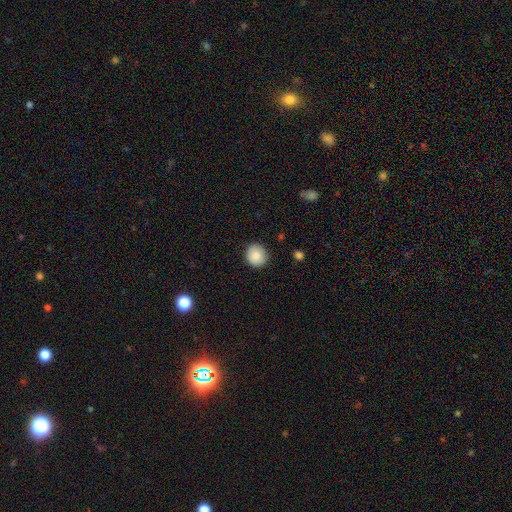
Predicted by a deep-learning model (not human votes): This appears to be a smooth galaxy with no disk features (86%) that is round (91%). Merging: none (88%).